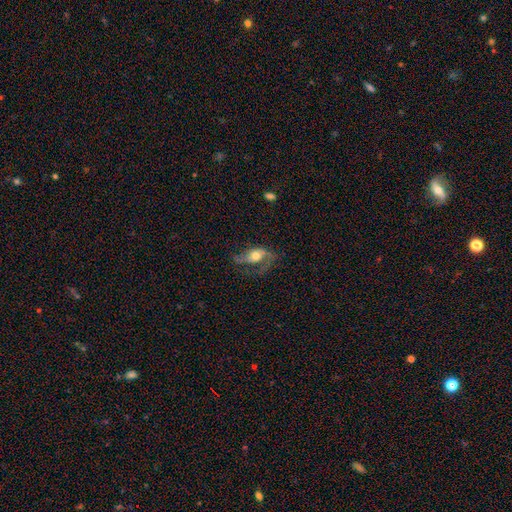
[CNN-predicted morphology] The model was most divided on "merging": none: 39%, major disturbance: 37%, minor disturbance: 21%, merger: 3%. More confident: edge-on disk — no (94%); spiral arms — yes (82%); bar — no (66%); smooth or featured — featured or disk (64%); bulge size — moderate (62%).